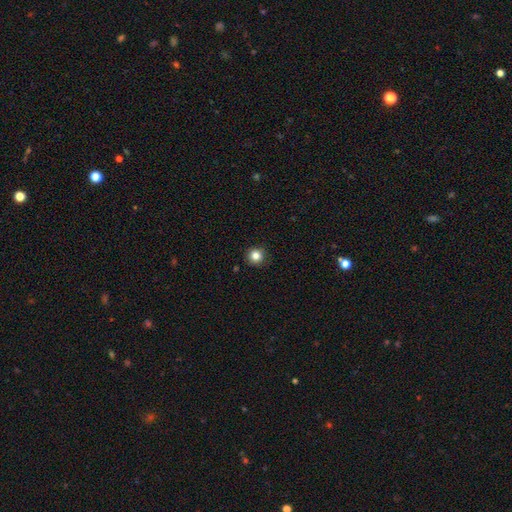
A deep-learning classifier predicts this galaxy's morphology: Smooth or featured? smooth (83%)
How rounded? round (95%)
Merging? none (91%)